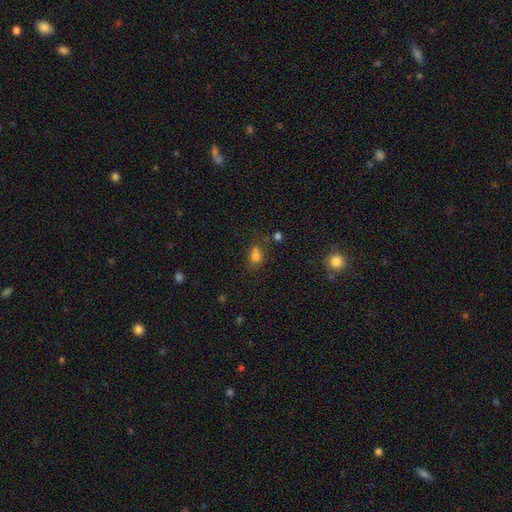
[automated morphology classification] This appears to be a smooth galaxy with no disk features (73%) that is in between round and cigar-shaped (64%). Merging: none (59%).